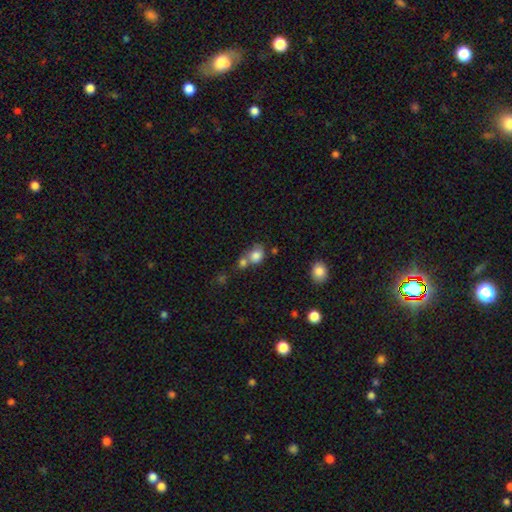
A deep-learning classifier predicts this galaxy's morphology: A smooth galaxy with no disk features (81%) that is round (59%).

Vote fractions:
- Smooth or featured? smooth: 81% / star or artifact: 10% / featured or disk: 9%
- How rounded? round: 59% / in between: 40% / cigar-shaped: 1%
- Merging? merger: 46% / none: 36% / minor disturbance: 12% / major disturbance: 6%